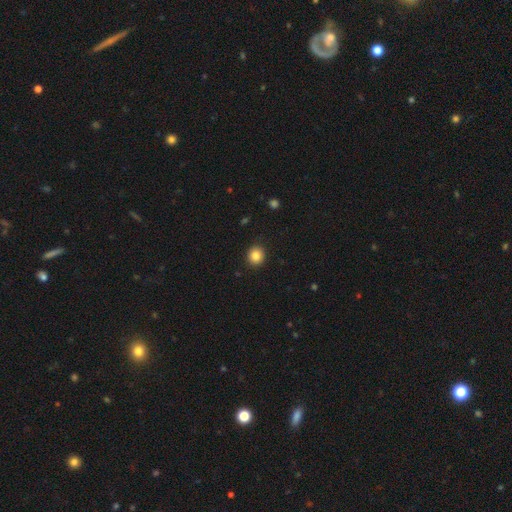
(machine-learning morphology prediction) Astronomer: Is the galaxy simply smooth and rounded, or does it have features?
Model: smooth — 85%.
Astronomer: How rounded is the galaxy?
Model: round — 86%.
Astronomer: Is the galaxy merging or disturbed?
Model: none — 91%.